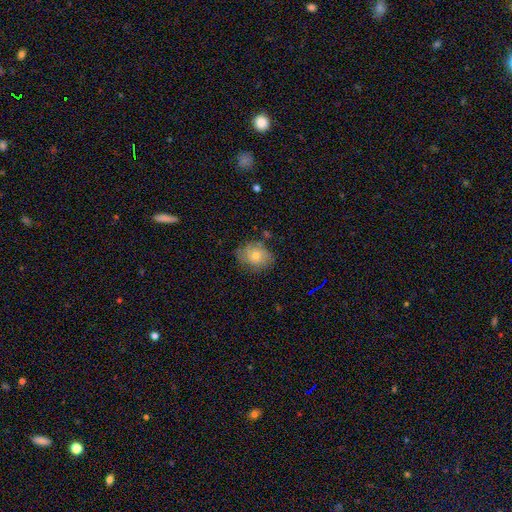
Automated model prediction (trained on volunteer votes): Morphology: type=smooth (49%); merging=none (70%).